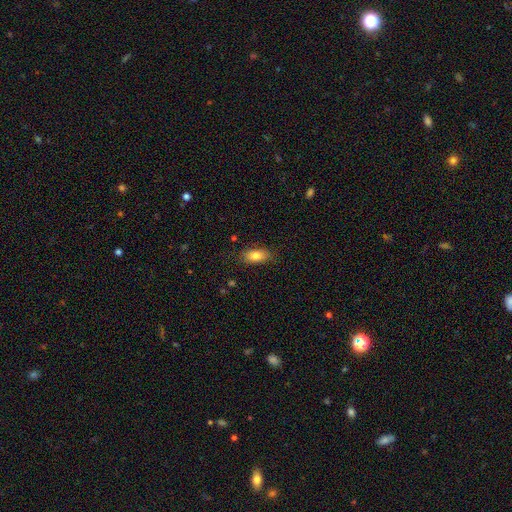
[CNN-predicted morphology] smooth_or_featured: smooth (p=0.82) [alt: featured or disk p=0.10]
how_rounded: in between (p=0.88) [alt: cigar-shaped p=0.08]
merging: none (p=0.83) [alt: minor disturbance p=0.13]